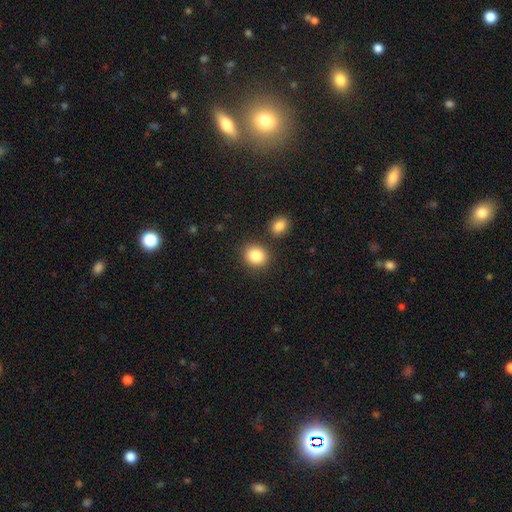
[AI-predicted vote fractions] This appears to be a smooth galaxy with no disk features (85%) that is round (73%). Merging: none (82%).